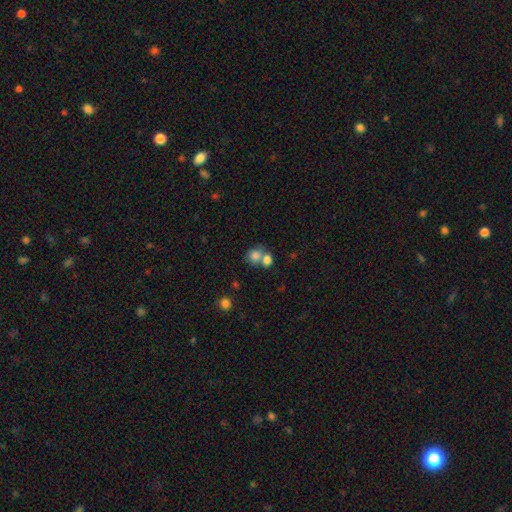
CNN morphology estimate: Smooth or featured? Predicted: smooth (p=0.80). How rounded? Predicted: round (p=0.72). Merging? Predicted: merger (p=0.52).